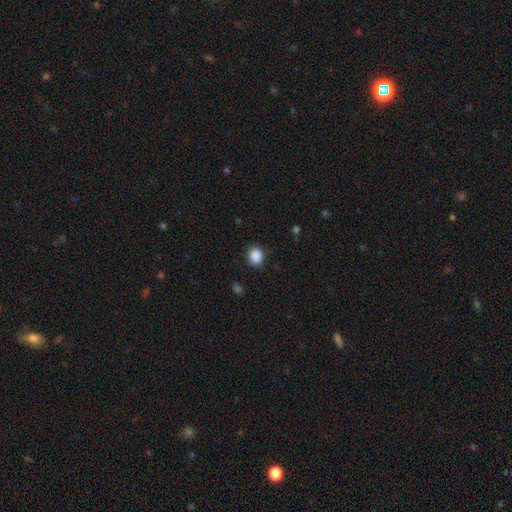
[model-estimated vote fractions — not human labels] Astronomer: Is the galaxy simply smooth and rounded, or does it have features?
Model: smooth — 89%.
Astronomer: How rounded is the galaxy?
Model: round — 50% (runner-up: in between, 49%).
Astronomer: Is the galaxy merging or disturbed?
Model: none — 86%.